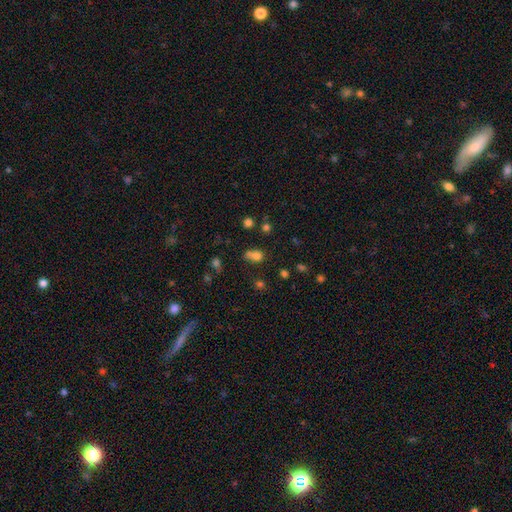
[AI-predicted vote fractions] A smooth galaxy with no disk features (73%) that is in between round and cigar-shaped (65%). Merging: none (41%).